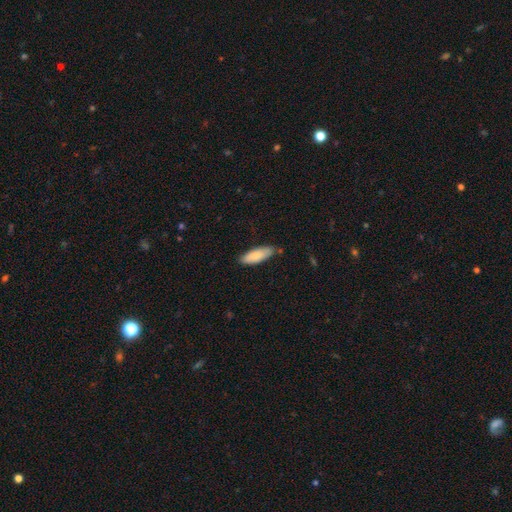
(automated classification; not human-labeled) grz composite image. It shows a smooth galaxy with no disk features (81%) that is in between round and cigar-shaped (64%). Merging: none (77%).